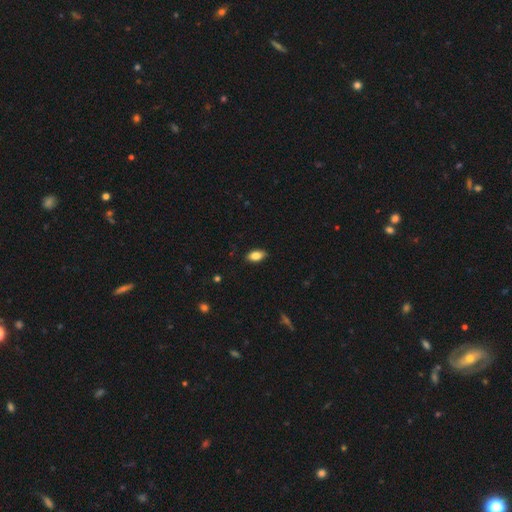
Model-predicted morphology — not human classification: Smooth or featured? Predicted: smooth (p=0.82). How rounded? Predicted: in between (p=0.91). Merging? Predicted: none (p=0.86).